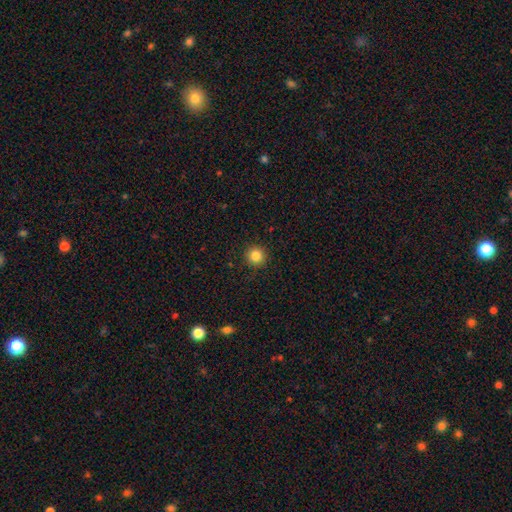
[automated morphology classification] Smooth or featured? Predicted: smooth (p=0.84). How rounded? Predicted: round (p=0.95). Merging? Predicted: none (p=0.91).